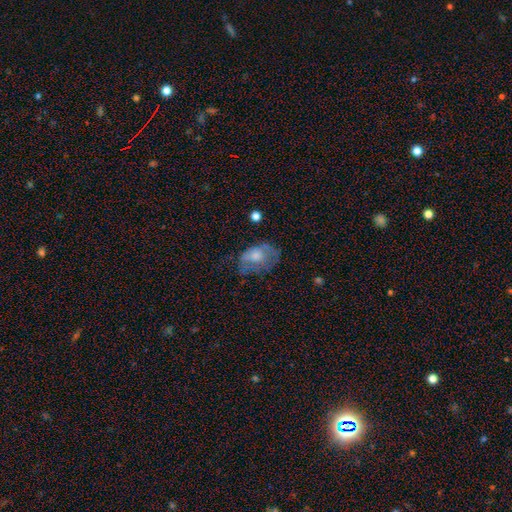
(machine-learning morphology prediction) type=smooth (57%); roundness=in between (80%); merging=none (39%).